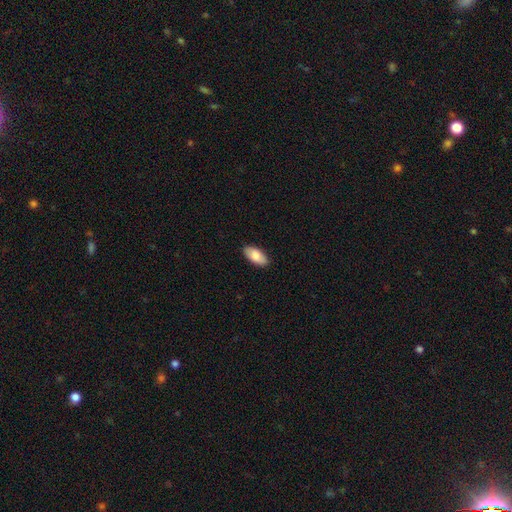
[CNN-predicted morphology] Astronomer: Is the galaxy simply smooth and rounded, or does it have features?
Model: smooth — 84%.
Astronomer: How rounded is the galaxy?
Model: in between — 93%.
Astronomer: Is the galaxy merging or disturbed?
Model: none — 88%.